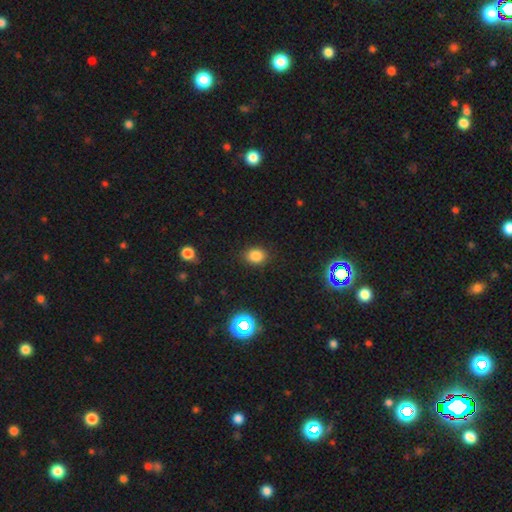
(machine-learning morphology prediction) smooth 81%, star or artifact 14%, featured or disk 5%. Down the decision tree: how rounded — in between (52%); merging — none (86%).